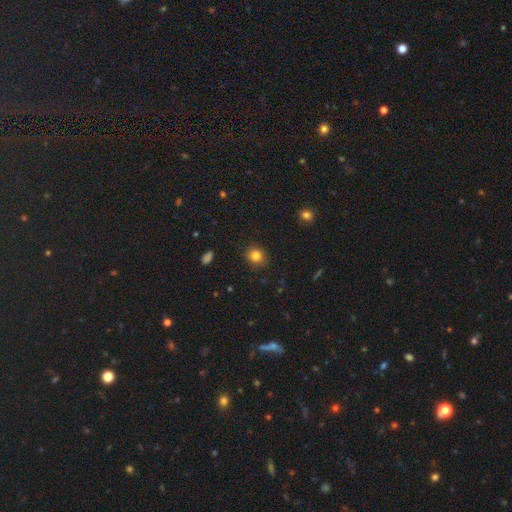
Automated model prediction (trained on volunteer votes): smooth_or_featured: smooth (p=0.83) [alt: star or artifact p=0.12]
how_rounded: round (p=0.84) [alt: in between p=0.15]
merging: none (p=0.90) [alt: minor disturbance p=0.07]